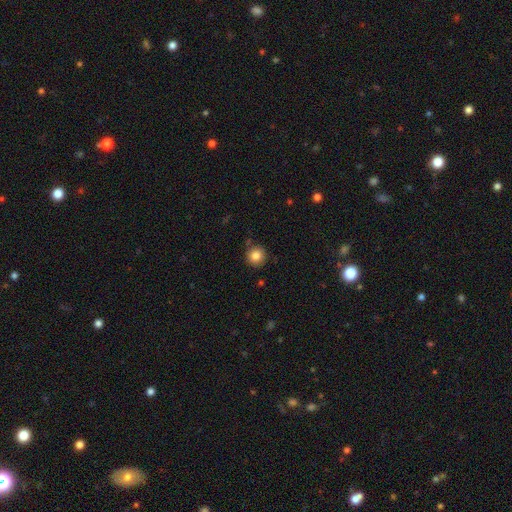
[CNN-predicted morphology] A smooth galaxy with no disk features (83%) that is round (94%).

Vote fractions:
- Smooth or featured? smooth: 83% / star or artifact: 10% / featured or disk: 7%
- How rounded? round: 94% / in between: 5% / cigar-shaped: 1%
- Merging? none: 85% / minor disturbance: 10% / merger: 2% / major disturbance: 2%